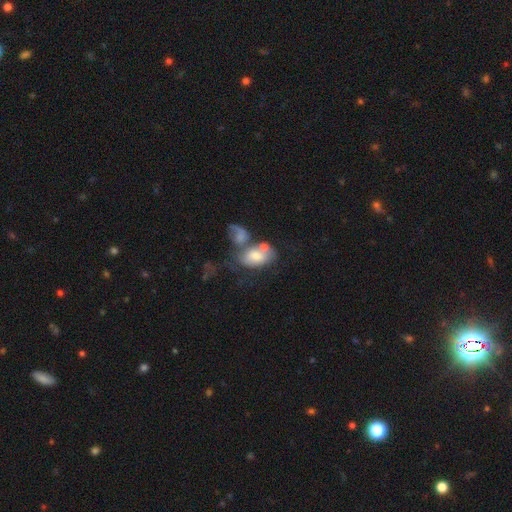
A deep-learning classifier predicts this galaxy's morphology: Smooth or featured?
  - smooth: 59% *
  - featured or disk: 32%
  - star or artifact: 8%
How rounded?
  - in between: 87% *
  - round: 11%
  - cigar-shaped: 2%
Merging?
  - merger: 51% *
  - none: 20%
  - major disturbance: 16%
  - minor disturbance: 13%